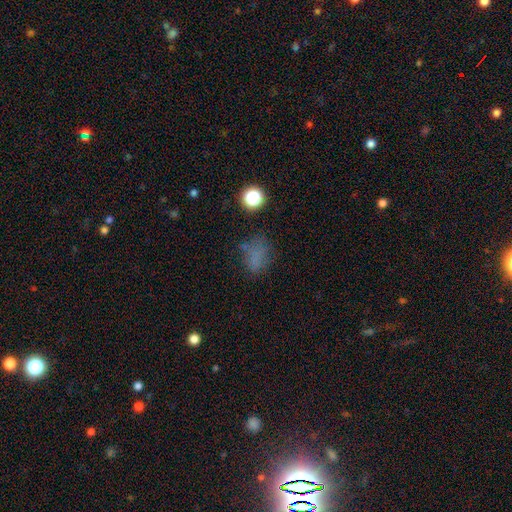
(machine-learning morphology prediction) smooth-or-featured: smooth: 63% | star or artifact: 24% | featured or disk: 14%
  how-rounded: in between: 61% | round: 37% | cigar-shaped: 3%
  merging: none: 57% | minor disturbance: 21% | major disturbance: 16% | merger: 5%